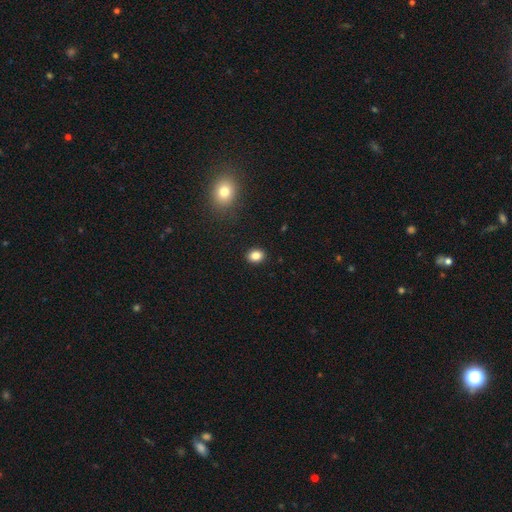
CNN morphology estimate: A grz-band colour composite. It shows a smooth galaxy with no disk features (84%) that is in between round and cigar-shaped (52%). Merging: none (91%).